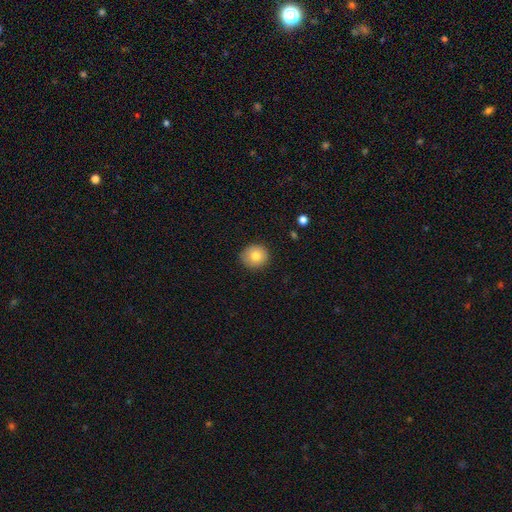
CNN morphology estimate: A smooth galaxy with no disk features (80%) that is round (85%).

Vote fractions:
- Smooth or featured? smooth: 80% / featured or disk: 11% / star or artifact: 9%
- How rounded? round: 85% / in between: 14% / cigar-shaped: 1%
- Merging? none: 86% / minor disturbance: 11% / major disturbance: 2% / merger: 1%